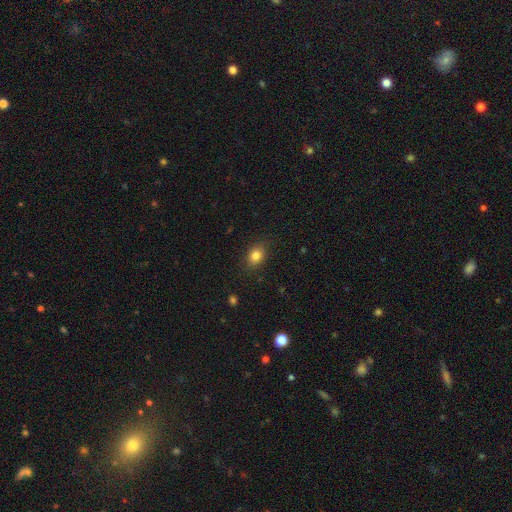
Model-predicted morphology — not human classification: Smooth or featured? smooth (83%)
How rounded? in between (63%)
Merging? none (85%)